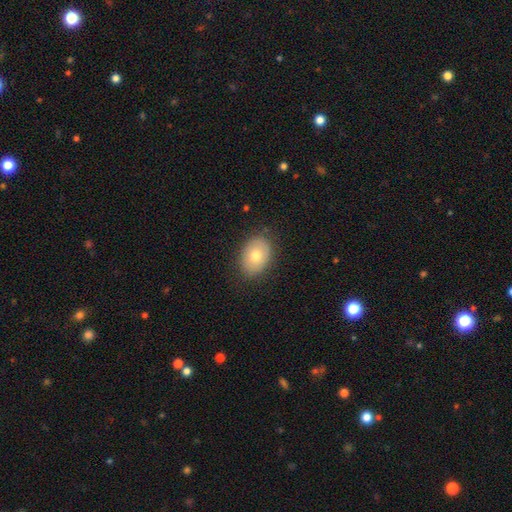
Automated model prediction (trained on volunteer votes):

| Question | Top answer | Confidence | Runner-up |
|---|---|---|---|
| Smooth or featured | smooth | 73% | featured or disk (19%) |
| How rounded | in between | 73% | round (26%) |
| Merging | none | 85% | minor disturbance (11%) |